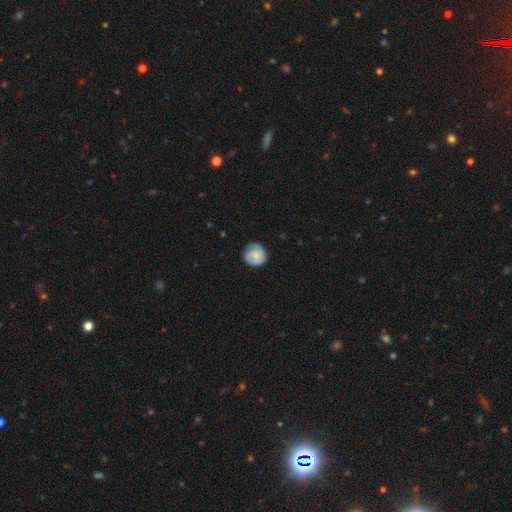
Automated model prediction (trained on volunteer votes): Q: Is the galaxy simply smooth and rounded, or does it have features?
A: featured or disk — 47%.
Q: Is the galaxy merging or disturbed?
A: none — 70%.